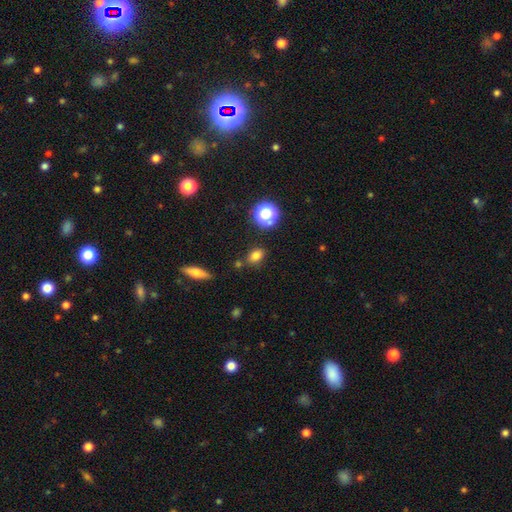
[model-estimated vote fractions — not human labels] Smooth or featured: smooth — 77% (star or artifact — 16%)
How rounded: in between — 67% (round — 30%)
Merging: none — 79% (minor disturbance — 12%)